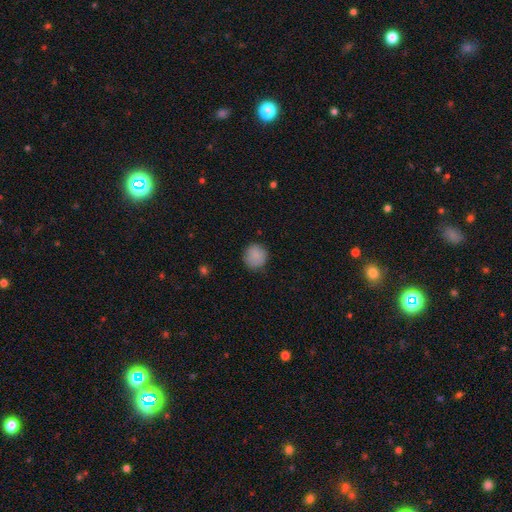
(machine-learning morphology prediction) smooth-or-featured: smooth: 87% | star or artifact: 8% | featured or disk: 5%
  how-rounded: round: 89% | in between: 11% | cigar-shaped: 1%
  merging: none: 83% | minor disturbance: 13% | major disturbance: 3% | merger: 1%